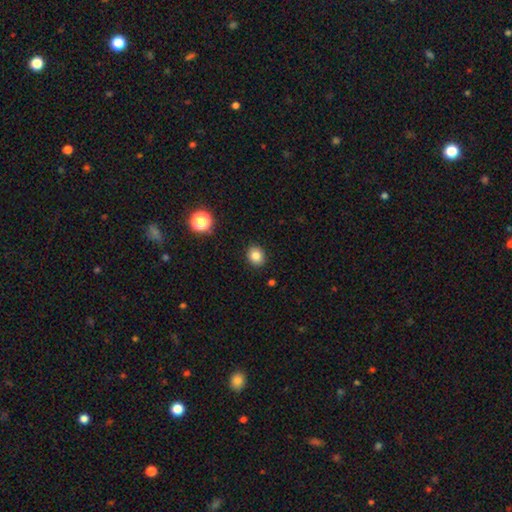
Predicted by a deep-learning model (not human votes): Q: Smooth or featured?
A: smooth (82%); runner-up: star or artifact (12%)
Q: How rounded?
A: round (62%); runner-up: in between (37%)
Q: Merging?
A: none (90%); runner-up: minor disturbance (7%)